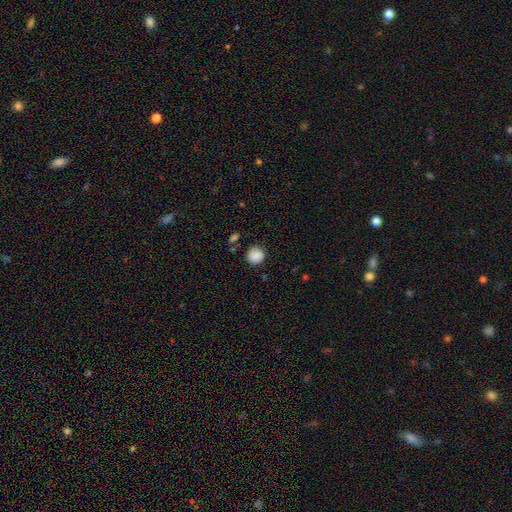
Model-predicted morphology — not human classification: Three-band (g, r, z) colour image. It shows a smooth galaxy with no disk features (82%) that is round (87%). Merging: none (74%).